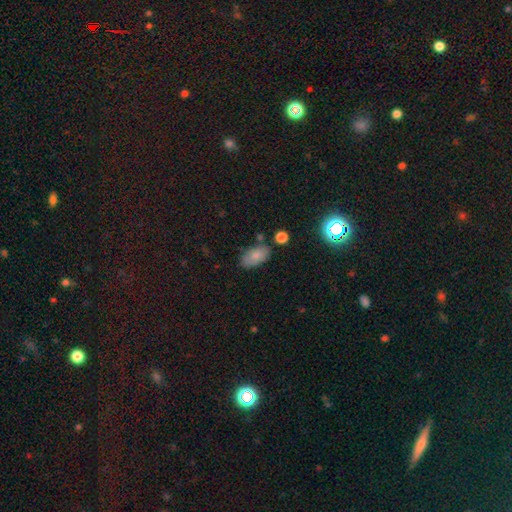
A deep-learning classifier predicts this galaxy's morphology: A smooth galaxy with no disk features (81%) that is in between round and cigar-shaped (92%). Merging: none (70%).